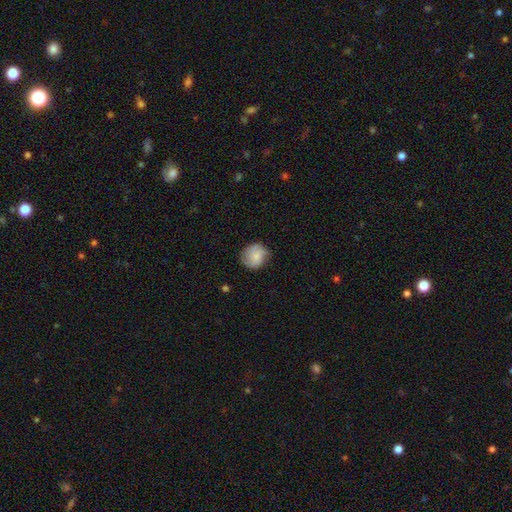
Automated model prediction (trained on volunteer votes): Smooth or featured: smooth — 66% (featured or disk — 26%)
How rounded: round — 81% (in between — 18%)
Merging: none — 72% (minor disturbance — 22%)